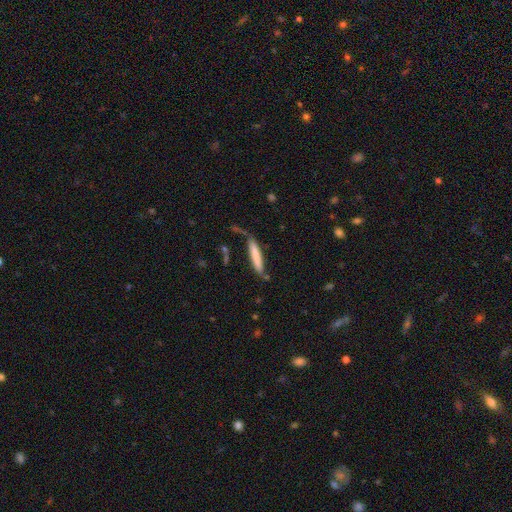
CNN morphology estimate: Smooth or featured: smooth — 75% (featured or disk — 19%)
How rounded: cigar-shaped — 92% (in between — 7%)
Merging: none — 70% (minor disturbance — 19%)